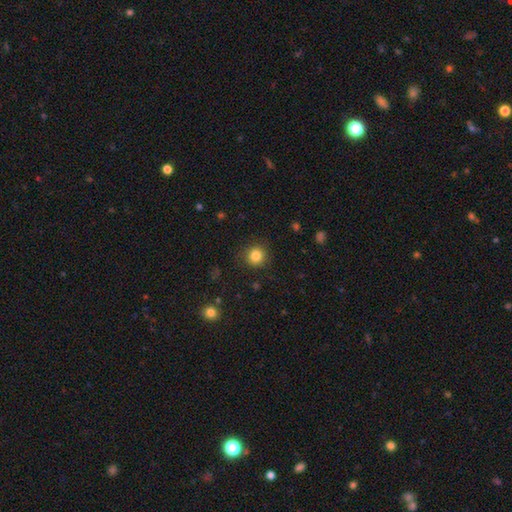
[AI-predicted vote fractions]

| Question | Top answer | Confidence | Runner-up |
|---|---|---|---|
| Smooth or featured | smooth | 83% | star or artifact (11%) |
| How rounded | round | 92% | in between (7%) |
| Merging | none | 88% | minor disturbance (8%) |